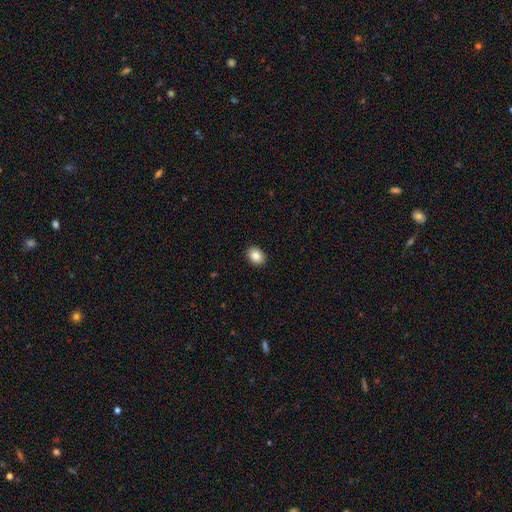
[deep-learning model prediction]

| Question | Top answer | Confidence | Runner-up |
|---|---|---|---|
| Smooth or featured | smooth | 86% | star or artifact (8%) |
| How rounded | in between | 61% | round (38%) |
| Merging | none | 91% | minor disturbance (6%) |